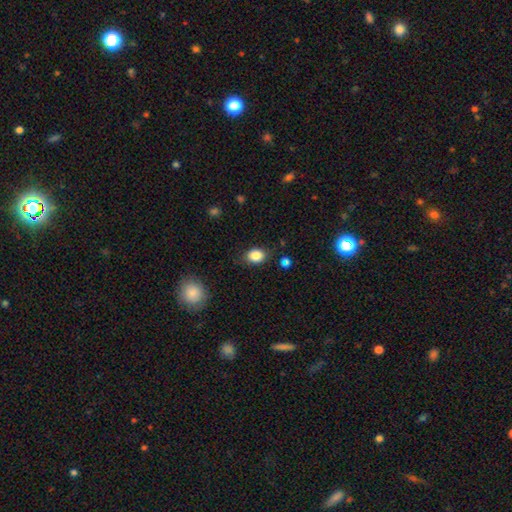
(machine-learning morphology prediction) smooth 84%, star or artifact 9%, featured or disk 6%. Down the decision tree: how rounded — in between (60%); merging — none (79%).